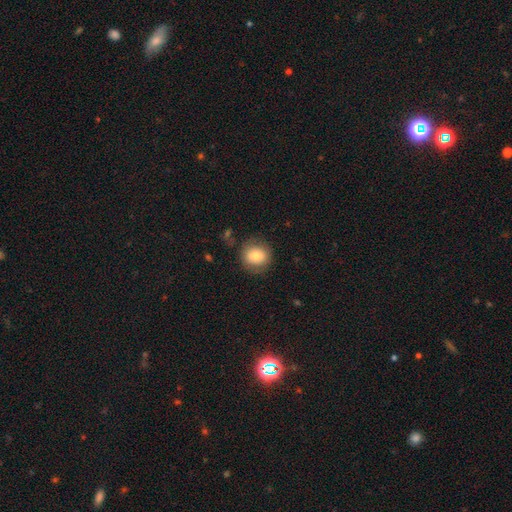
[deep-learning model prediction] A smooth galaxy with no disk features (79%) that is round (82%). Merging: none (82%).